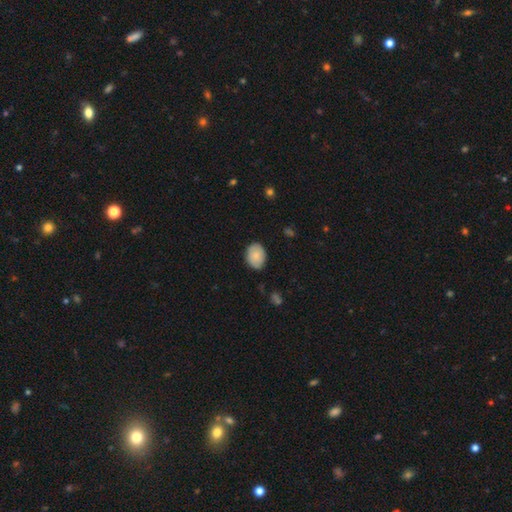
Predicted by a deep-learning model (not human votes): A smooth galaxy with no disk features (82%) that is in between round and cigar-shaped (69%).

Vote fractions:
- Smooth or featured? smooth: 82% / featured or disk: 12% / star or artifact: 7%
- How rounded? in between: 69% / round: 30% / cigar-shaped: 1%
- Merging? none: 82% / minor disturbance: 14% / major disturbance: 2% / merger: 1%